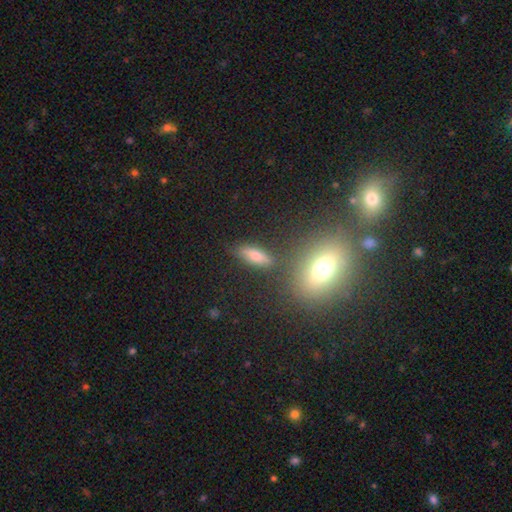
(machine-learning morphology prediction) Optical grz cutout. It shows a smooth galaxy with no disk features (64%) that is in between round and cigar-shaped (52%). Merging: none (79%).